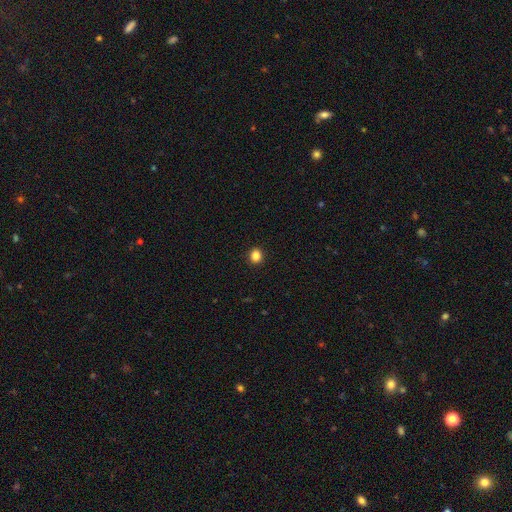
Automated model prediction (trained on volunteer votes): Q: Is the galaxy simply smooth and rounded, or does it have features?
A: smooth — 86%.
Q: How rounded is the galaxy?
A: round — 78%.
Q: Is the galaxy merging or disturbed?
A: none — 92%.